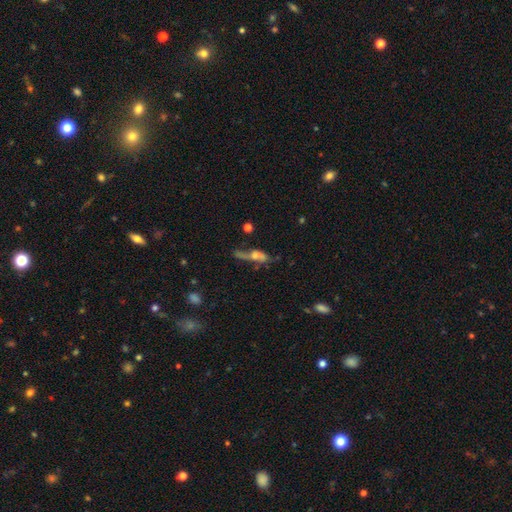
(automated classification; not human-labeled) This appears to be a featured or disk galaxy (50%). Merging: none (36%).